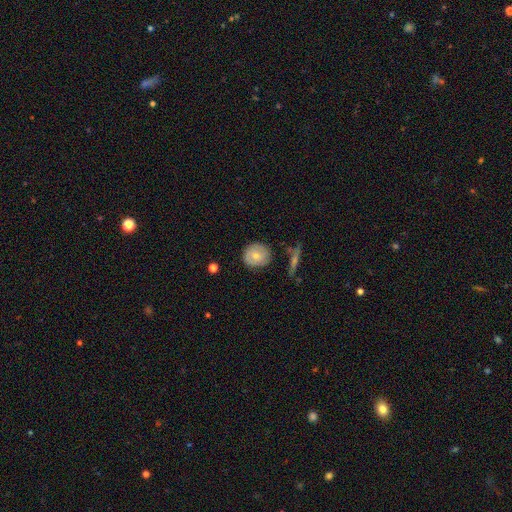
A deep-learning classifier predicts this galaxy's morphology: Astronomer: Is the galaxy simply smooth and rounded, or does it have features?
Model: smooth — 68%.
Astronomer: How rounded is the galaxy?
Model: round — 83%.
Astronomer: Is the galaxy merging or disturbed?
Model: none — 74%.